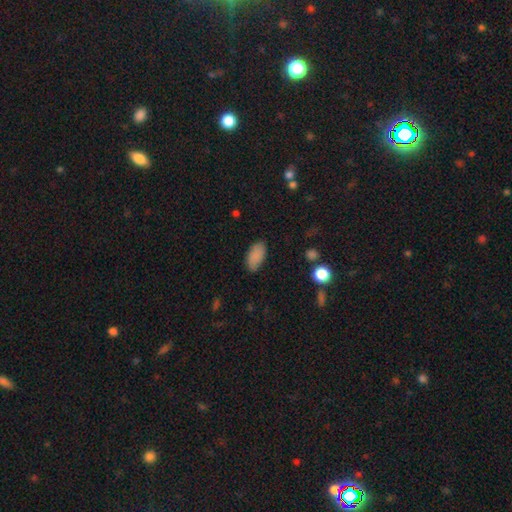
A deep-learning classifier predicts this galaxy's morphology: Overall: smooth (86%). How rounded: in between (94%). Merging: none (80%).